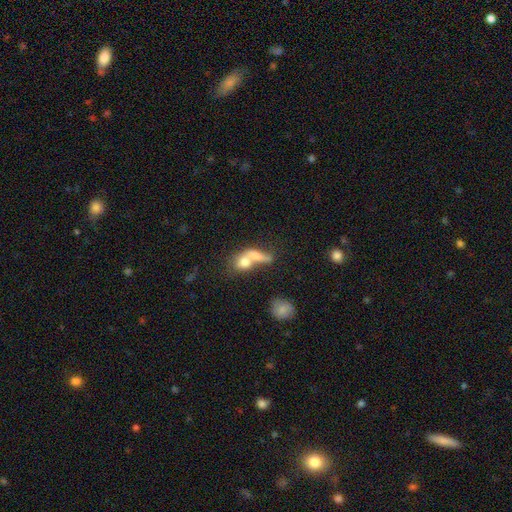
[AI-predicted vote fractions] smooth 67%, featured or disk 24%, star or artifact 10%. Down the decision tree: how rounded — in between (56%); merging — merger (64%).